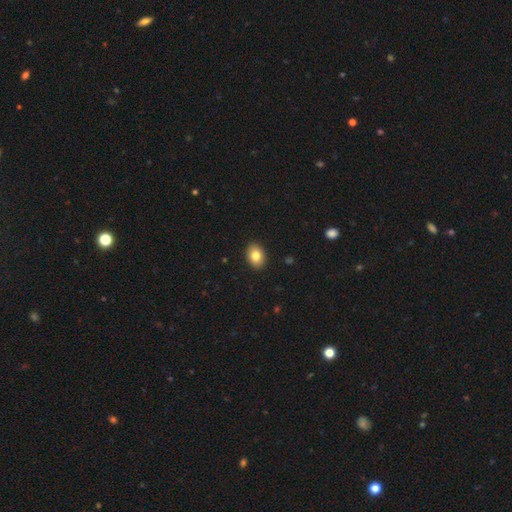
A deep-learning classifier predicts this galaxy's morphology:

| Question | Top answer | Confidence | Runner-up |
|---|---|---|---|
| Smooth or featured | smooth | 83% | featured or disk (9%) |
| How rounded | in between | 71% | round (28%) |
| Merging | none | 91% | minor disturbance (6%) |